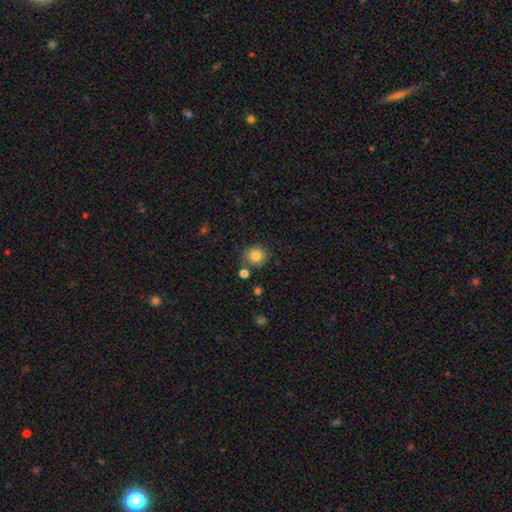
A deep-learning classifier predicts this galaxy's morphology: Overall: smooth (82%). How rounded: round (89%). Merging: none (79%).